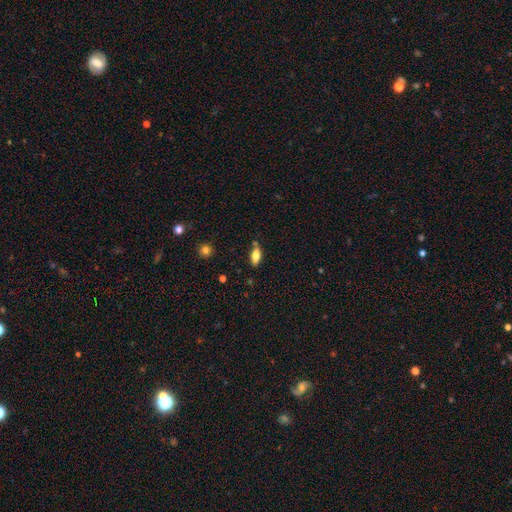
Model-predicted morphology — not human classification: smooth_or_featured: smooth (p=0.71) [alt: featured or disk p=0.22]
how_rounded: in between (p=0.80) [alt: cigar-shaped p=0.18]
merging: none (p=0.75) [alt: minor disturbance p=0.16]